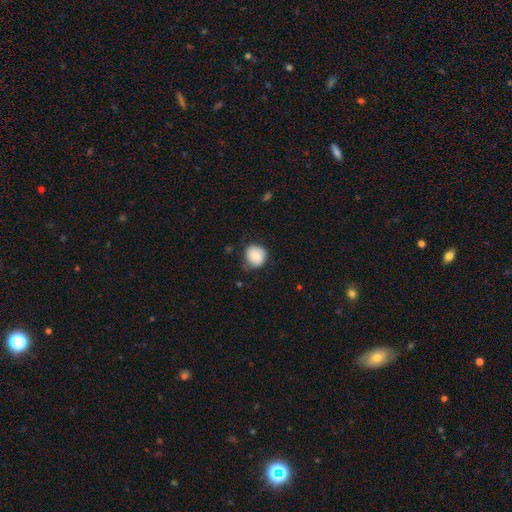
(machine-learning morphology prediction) Overall: smooth (81%). How rounded: round (85%). Merging: none (65%; minor disturbance 27%).